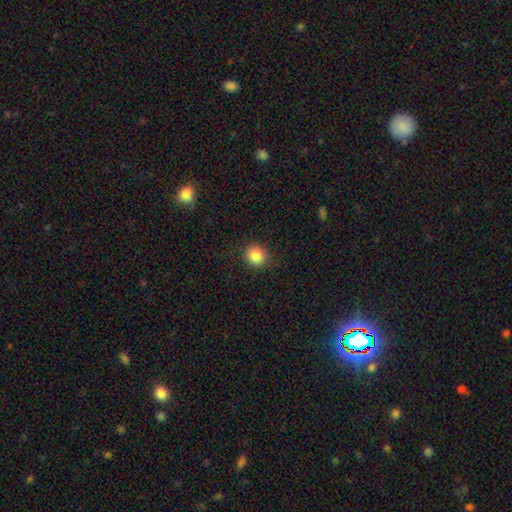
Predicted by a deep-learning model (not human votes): smooth-or-featured: smooth: 86% | star or artifact: 10% | featured or disk: 4%
  how-rounded: round: 90% | in between: 9% | cigar-shaped: 1%
  merging: none: 90% | minor disturbance: 7% | major disturbance: 2% | merger: 1%